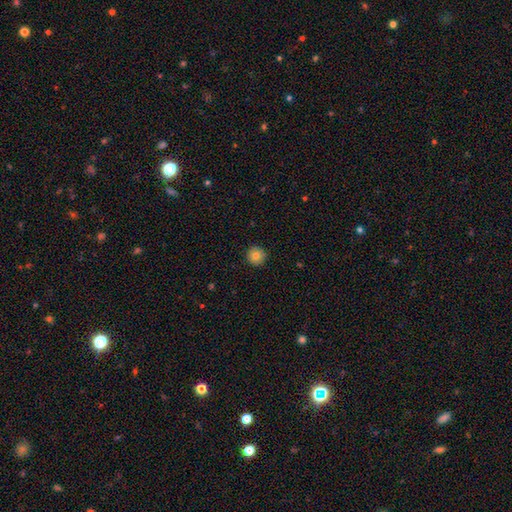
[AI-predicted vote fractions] A smooth galaxy with no disk features (82%) that is round (96%). Merging: none (92%).